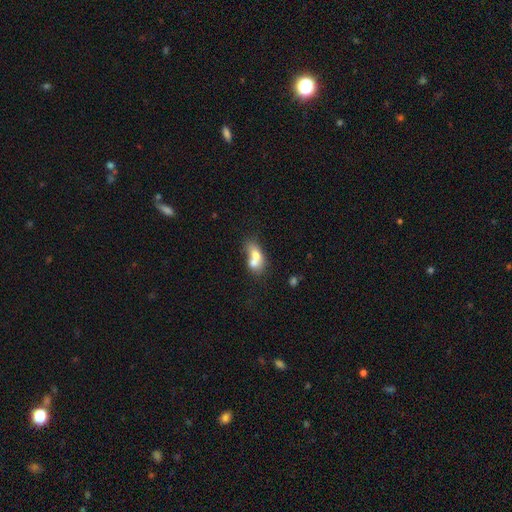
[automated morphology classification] smooth_or_featured: smooth (p=0.65) [alt: featured or disk p=0.26]
how_rounded: in between (p=0.70) [alt: round p=0.24]
merging: merger (p=0.66) [alt: none p=0.19]